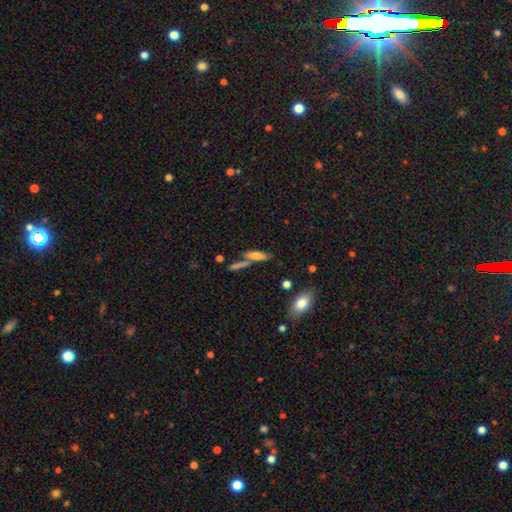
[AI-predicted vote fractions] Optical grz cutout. It shows a smooth galaxy with no disk features (66%) that is cigar-shaped (64%). Merging: none (56%).